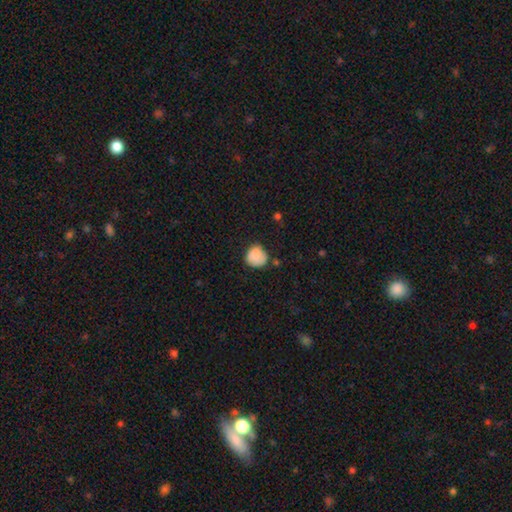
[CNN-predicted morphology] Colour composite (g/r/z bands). It shows a smooth galaxy with no disk features (85%) that is round (78%). Merging: none (63%).